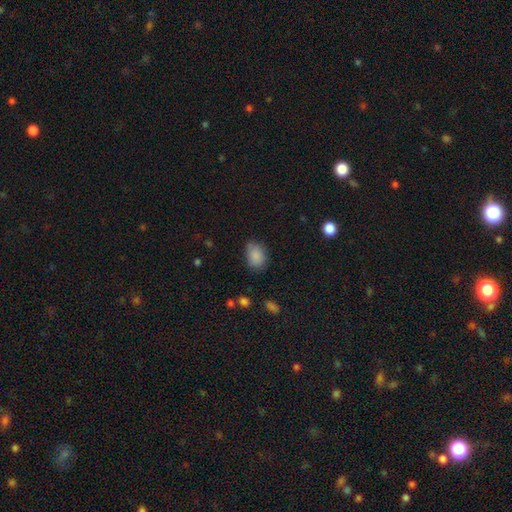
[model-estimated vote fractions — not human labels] This is clearly a smooth galaxy (86%). How rounded: likely in between (75%). Merging: likely none (72%).